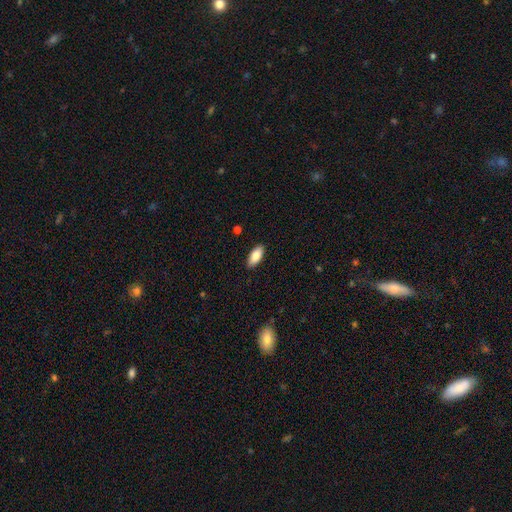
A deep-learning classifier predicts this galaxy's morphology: Smooth or featured?
  - smooth: 84% *
  - featured or disk: 10%
  - star or artifact: 6%
How rounded?
  - in between: 86% *
  - cigar-shaped: 12%
  - round: 2%
Merging?
  - none: 89% *
  - minor disturbance: 8%
  - major disturbance: 2%
  - merger: 1%